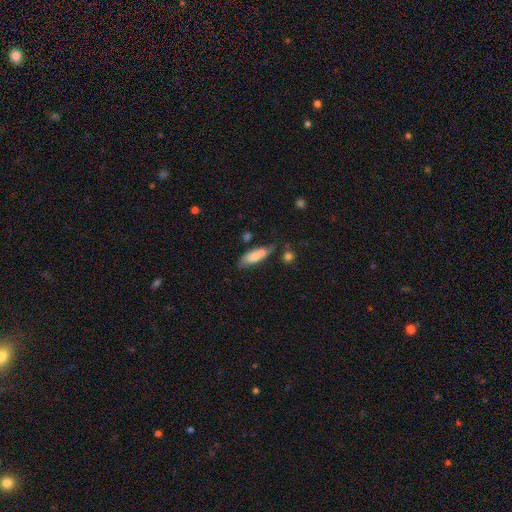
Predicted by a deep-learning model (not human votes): Smooth or featured?
  - smooth: 65% *
  - featured or disk: 28%
  - star or artifact: 7%
How rounded?
  - in between: 66% *
  - cigar-shaped: 31%
  - round: 3%
Merging?
  - none: 42% *
  - merger: 28%
  - minor disturbance: 22%
  - major disturbance: 9%